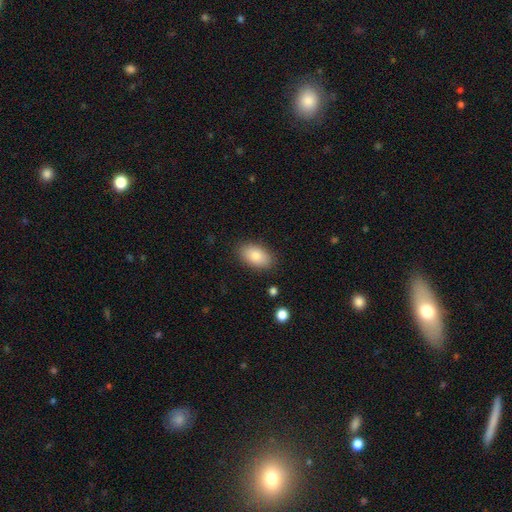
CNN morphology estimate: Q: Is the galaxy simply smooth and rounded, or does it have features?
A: smooth — 83%.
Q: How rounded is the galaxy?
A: in between — 93%.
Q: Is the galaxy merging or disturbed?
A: none — 85%.